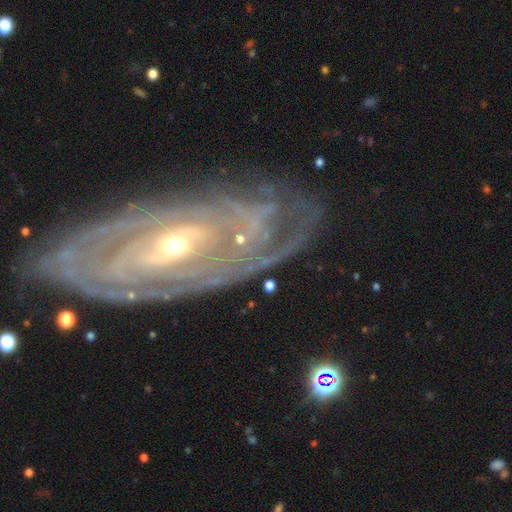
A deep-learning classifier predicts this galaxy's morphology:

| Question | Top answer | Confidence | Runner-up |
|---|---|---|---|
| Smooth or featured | featured or disk | 88% | smooth (6%) |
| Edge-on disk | no | 90% | yes (10%) |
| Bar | no | 46% | weak (35%) |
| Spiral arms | yes | 94% | no (6%) |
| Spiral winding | tight | 80% | medium (16%) |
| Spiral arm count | can't tell | 41% | 2 (15%) |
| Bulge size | small | 58% | moderate (38%) |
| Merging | none | 78% | minor disturbance (15%) |